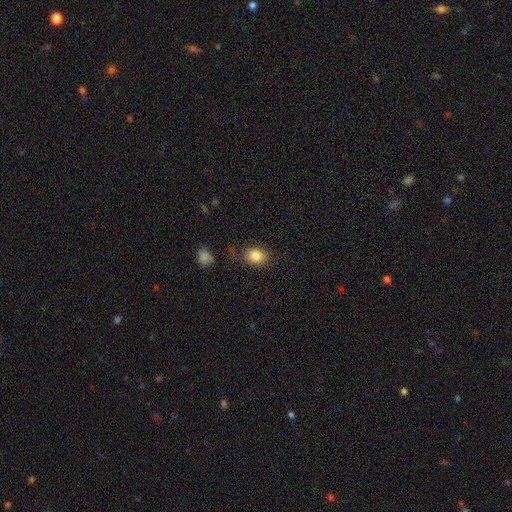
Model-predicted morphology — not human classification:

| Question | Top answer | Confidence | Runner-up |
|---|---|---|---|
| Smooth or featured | smooth | 84% | star or artifact (9%) |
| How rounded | in between | 52% | round (47%) |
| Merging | none | 70% | minor disturbance (18%) |